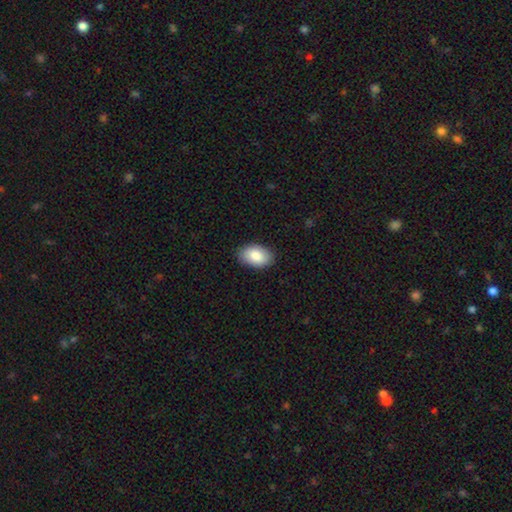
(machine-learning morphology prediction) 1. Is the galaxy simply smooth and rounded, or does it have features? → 86% smooth, 8% featured or disk, 6% star or artifact.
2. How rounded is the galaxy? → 92% in between, 6% round, 1% cigar-shaped.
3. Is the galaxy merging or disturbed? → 87% none, 10% minor disturbance, 2% major disturbance, 1% merger.